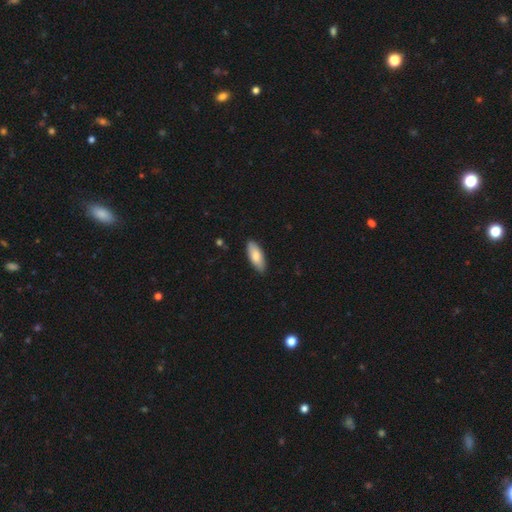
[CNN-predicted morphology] Smooth or featured? smooth (81%)
How rounded? in between (80%)
Merging? none (86%)